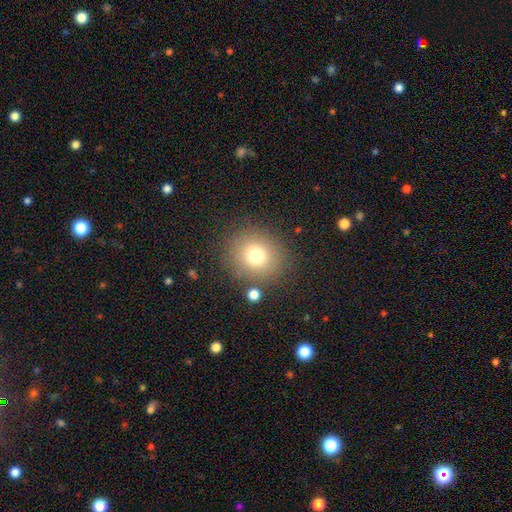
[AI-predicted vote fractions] This is likely a smooth galaxy (75%). How rounded: clearly round (83%). Merging: clearly none (83%).